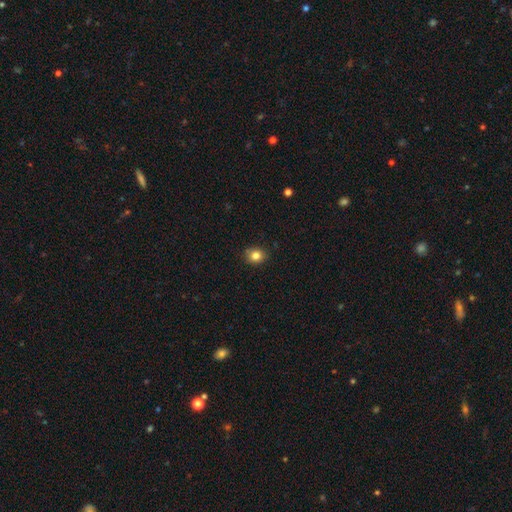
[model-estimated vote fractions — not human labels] smooth-or-featured: smooth: 83% | star or artifact: 11% | featured or disk: 6%
  how-rounded: round: 68% | in between: 31% | cigar-shaped: 1%
  merging: none: 85% | minor disturbance: 11% | major disturbance: 2% | merger: 2%